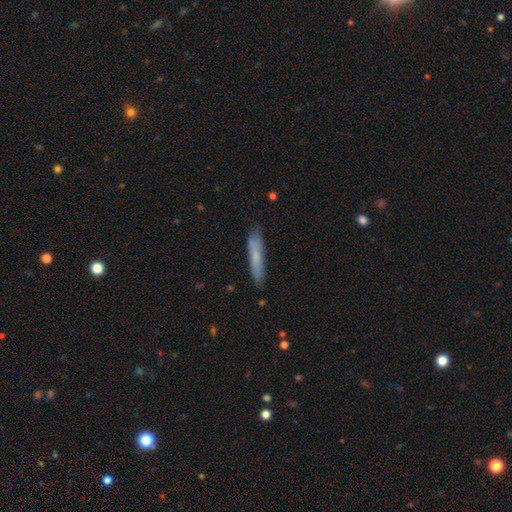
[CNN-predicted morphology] Smooth or featured: smooth — 68% (featured or disk — 25%)
How rounded: cigar-shaped — 92% (in between — 7%)
Merging: none — 82% (minor disturbance — 14%)